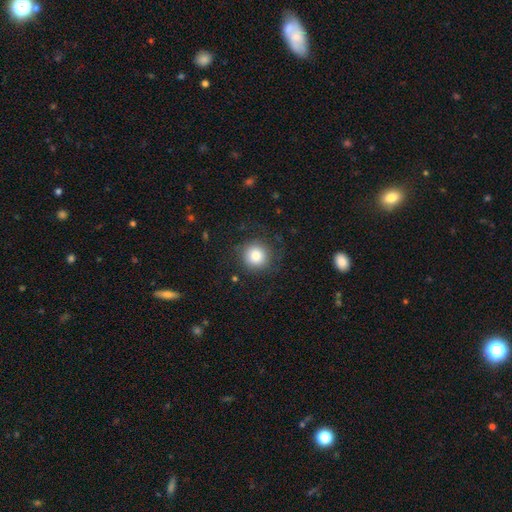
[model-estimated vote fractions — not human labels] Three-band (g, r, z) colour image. It shows a smooth galaxy with no disk features (83%) that is round (93%). Merging: none (83%).